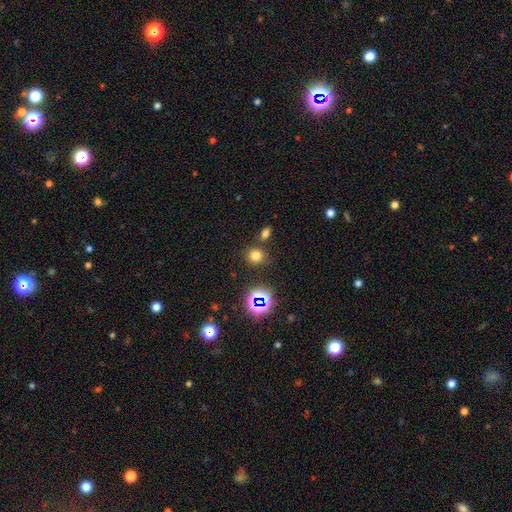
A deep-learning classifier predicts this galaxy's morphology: Smooth or featured?
  - smooth: 72% *
  - star or artifact: 21%
  - featured or disk: 7%
How rounded?
  - round: 79% *
  - in between: 20%
  - cigar-shaped: 1%
Merging?
  - none: 77% *
  - merger: 10%
  - minor disturbance: 10%
  - major disturbance: 4%